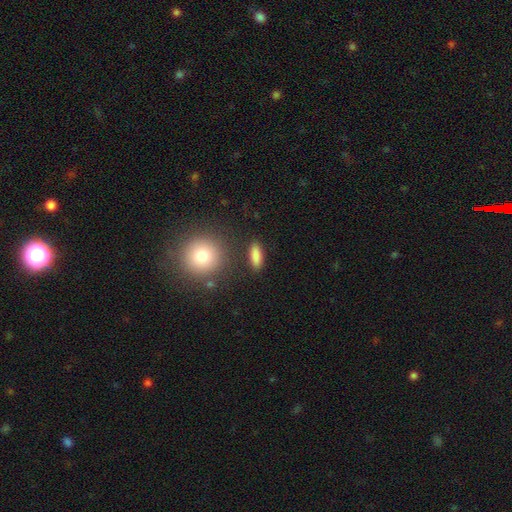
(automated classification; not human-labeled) smooth 86%, star or artifact 8%, featured or disk 6%. Down the decision tree: how rounded — in between (58%); merging — none (85%).